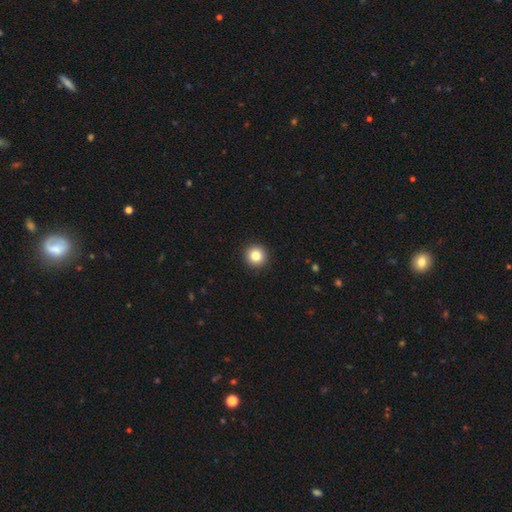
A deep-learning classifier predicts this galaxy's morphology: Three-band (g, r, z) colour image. It shows a smooth galaxy with no disk features (84%) that is round (95%). Merging: none (93%).